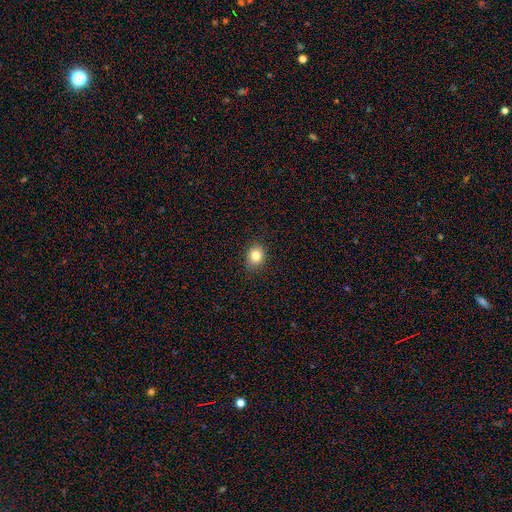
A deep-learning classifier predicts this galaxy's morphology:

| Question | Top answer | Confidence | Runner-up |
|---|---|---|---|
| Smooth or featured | smooth | 82% | star or artifact (11%) |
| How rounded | round | 70% | in between (29%) |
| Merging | none | 90% | minor disturbance (7%) |